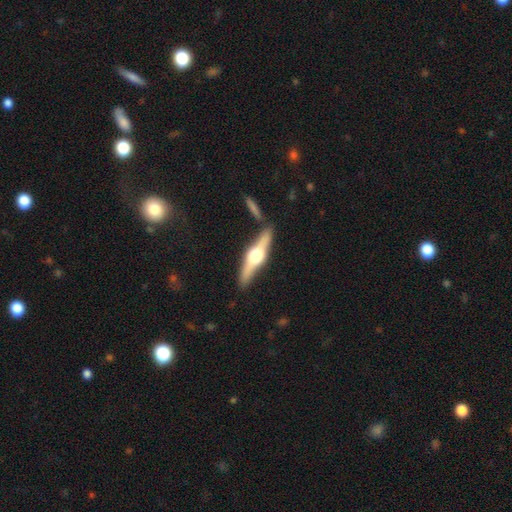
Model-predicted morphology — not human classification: The model was most divided on "smooth or featured": featured or disk: 70%, smooth: 25%, star or artifact: 5%. More confident: edge-on disk — yes (96%); edge-on bulge — rounded (95%); merging — none (81%).